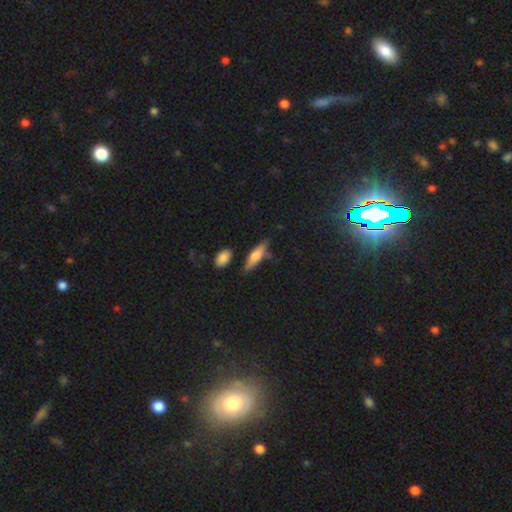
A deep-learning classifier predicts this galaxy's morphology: The model was most divided on "how rounded": cigar-shaped: 52%, in between: 44%, round: 4%. More confident: merging — none (68%); smooth or featured — smooth (61%).